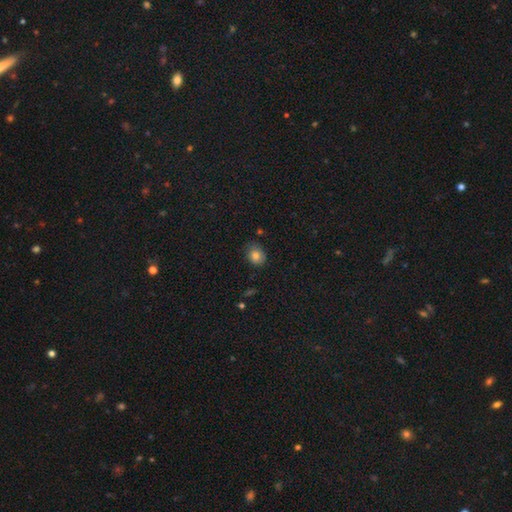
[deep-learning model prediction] This appears to be a smooth galaxy with no disk features (81%) that is round (58%). Merging: none (74%).